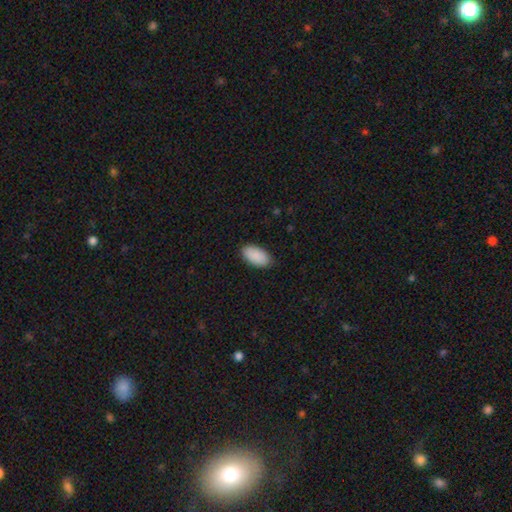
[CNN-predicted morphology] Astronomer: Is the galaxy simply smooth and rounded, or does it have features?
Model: smooth — 91%.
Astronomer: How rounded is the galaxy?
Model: in between — 95%.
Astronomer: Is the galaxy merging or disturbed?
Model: none — 87%.